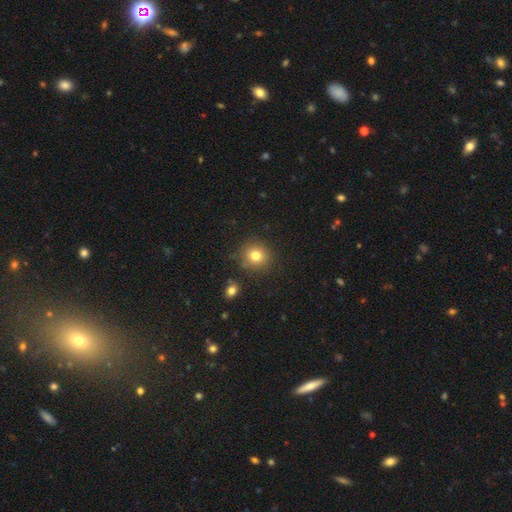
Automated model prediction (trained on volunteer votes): Smooth or featured? Predicted: smooth (p=0.79). How rounded? Predicted: round (p=0.88). Merging? Predicted: none (p=0.85).